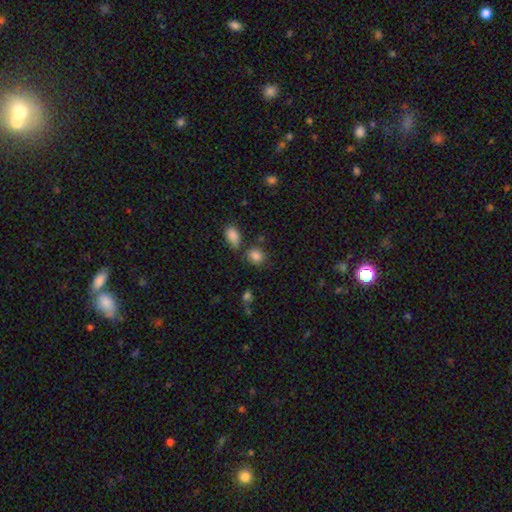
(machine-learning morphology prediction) type=smooth (84%); roundness=round (65%); merging=none (70%).